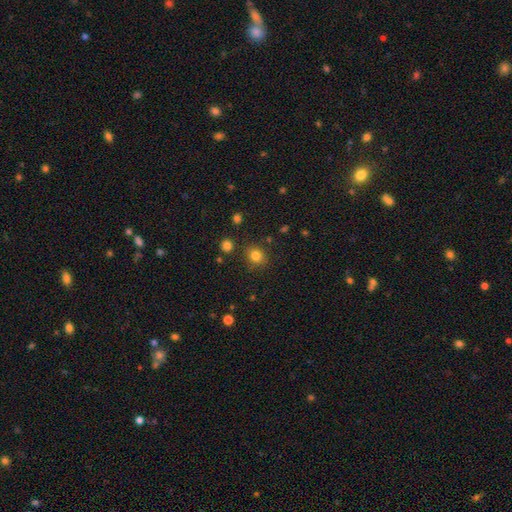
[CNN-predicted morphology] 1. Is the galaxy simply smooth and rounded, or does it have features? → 81% smooth, 14% star or artifact, 6% featured or disk.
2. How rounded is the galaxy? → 77% round, 22% in between, 1% cigar-shaped.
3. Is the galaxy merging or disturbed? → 84% none, 10% minor disturbance, 4% merger, 3% major disturbance.